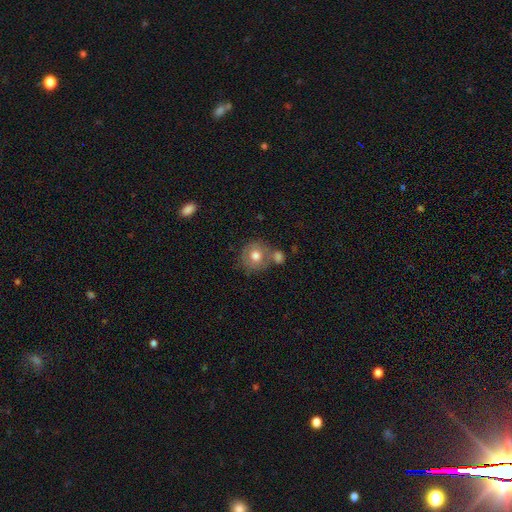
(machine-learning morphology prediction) This is likely a smooth galaxy (69%). How rounded: clearly round (85%). Merging: possibly none (57%).